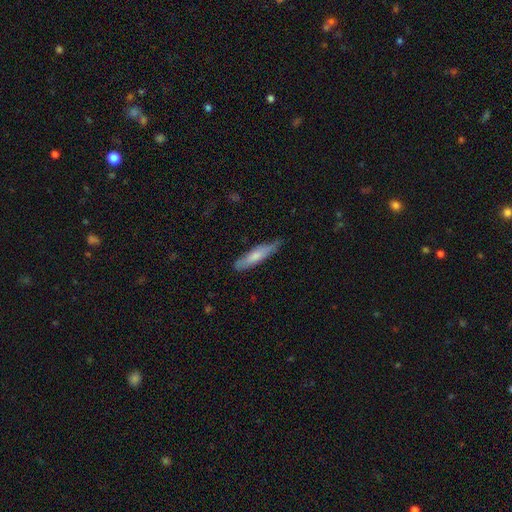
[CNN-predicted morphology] Smooth or featured: smooth — 66% (featured or disk — 29%)
How rounded: cigar-shaped — 78% (in between — 20%)
Merging: none — 73% (minor disturbance — 22%)